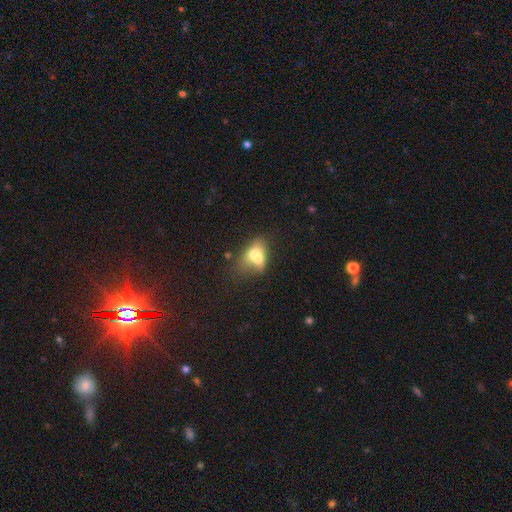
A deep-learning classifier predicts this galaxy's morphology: Smooth or featured?
  - smooth: 63% *
  - featured or disk: 26%
  - star or artifact: 11%
How rounded?
  - in between: 82% *
  - round: 13%
  - cigar-shaped: 5%
Merging?
  - merger: 30% *
  - none: 25%
  - major disturbance: 23%
  - minor disturbance: 22%